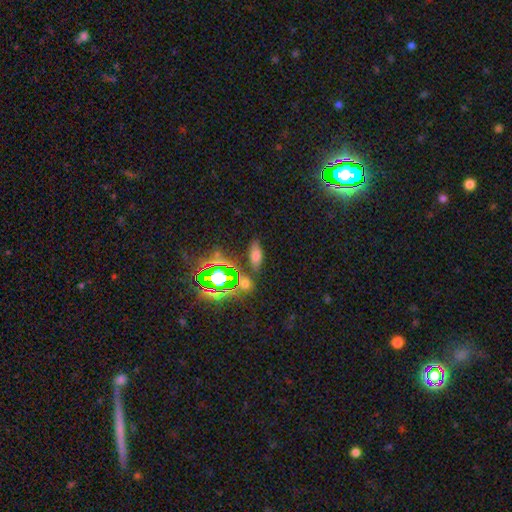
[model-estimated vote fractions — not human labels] Smooth or featured?
  - smooth: 60% *
  - star or artifact: 28%
  - featured or disk: 11%
How rounded?
  - in between: 77% *
  - cigar-shaped: 17%
  - round: 6%
Merging?
  - none: 79% *
  - minor disturbance: 12%
  - merger: 4%
  - major disturbance: 4%